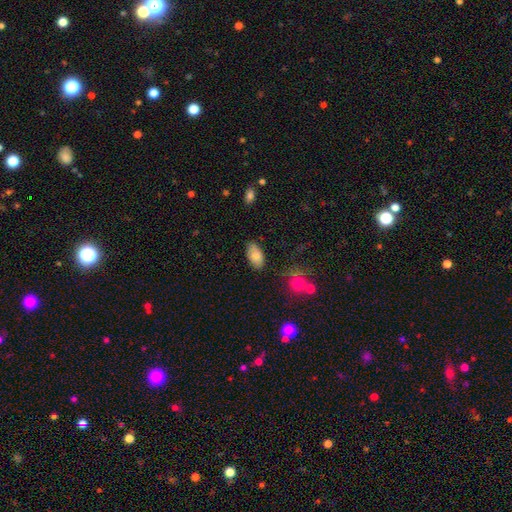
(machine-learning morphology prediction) A smooth galaxy with no disk features (82%) that is in between round and cigar-shaped (94%).

Vote fractions:
- Smooth or featured? smooth: 82% / featured or disk: 10% / star or artifact: 7%
- How rounded? in between: 94% / round: 4% / cigar-shaped: 2%
- Merging? none: 81% / minor disturbance: 14% / major disturbance: 3% / merger: 2%